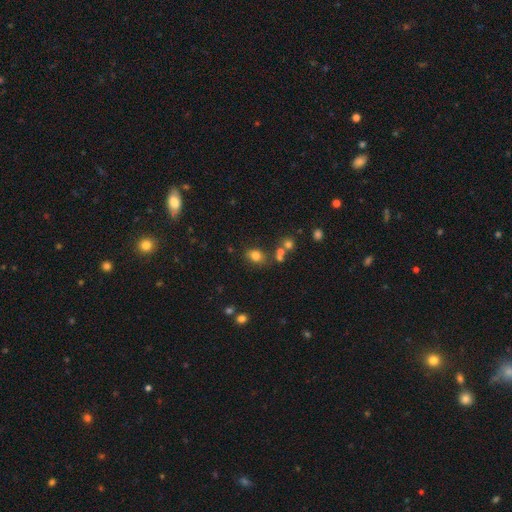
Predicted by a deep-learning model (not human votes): A smooth galaxy with no disk features (79%) that is in between round and cigar-shaped (61%). Merging: none (72%).